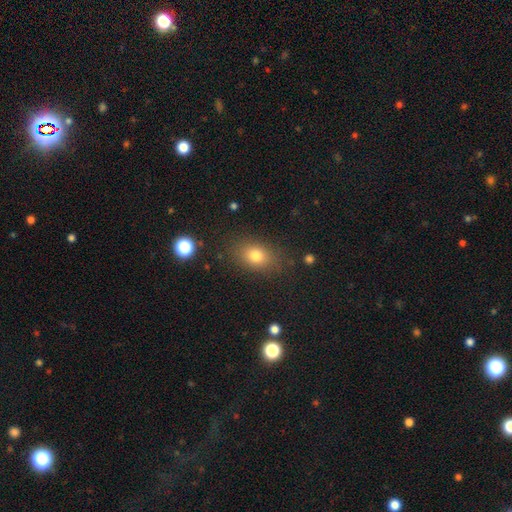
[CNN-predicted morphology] A smooth galaxy with no disk features (77%) that is in between round and cigar-shaped (72%).

Vote fractions:
- Smooth or featured? smooth: 77% / star or artifact: 12% / featured or disk: 10%
- How rounded? in between: 72% / round: 26% / cigar-shaped: 2%
- Merging? none: 83% / minor disturbance: 11% / major disturbance: 4% / merger: 2%